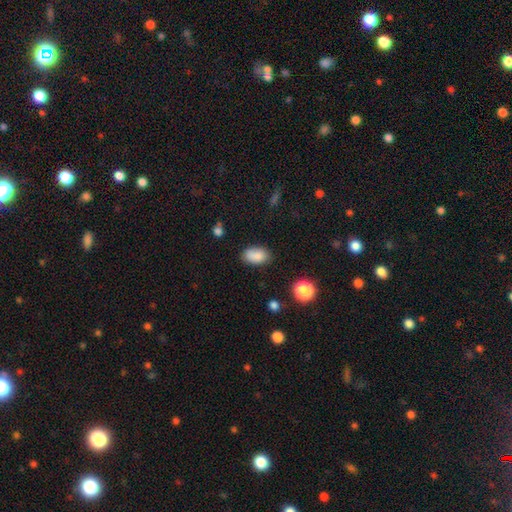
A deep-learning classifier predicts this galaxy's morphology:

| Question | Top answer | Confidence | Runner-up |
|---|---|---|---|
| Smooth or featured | smooth | 86% | star or artifact (9%) |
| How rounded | in between | 91% | round (7%) |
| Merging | none | 79% | minor disturbance (15%) |